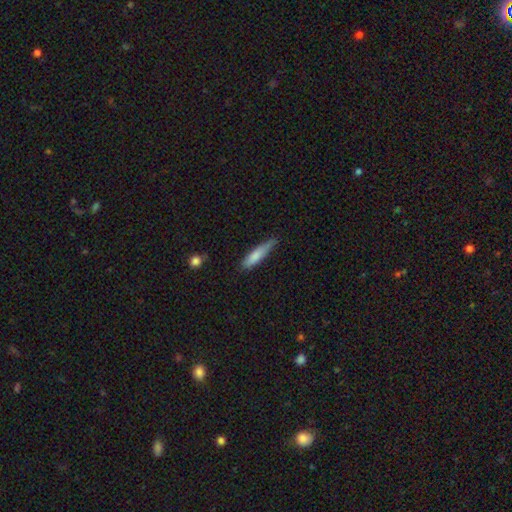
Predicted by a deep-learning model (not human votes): Smooth or featured?
  - smooth: 79% *
  - featured or disk: 16%
  - star or artifact: 6%
How rounded?
  - cigar-shaped: 80% *
  - in between: 19%
  - round: 2%
Merging?
  - none: 62% *
  - minor disturbance: 31%
  - major disturbance: 5%
  - merger: 2%